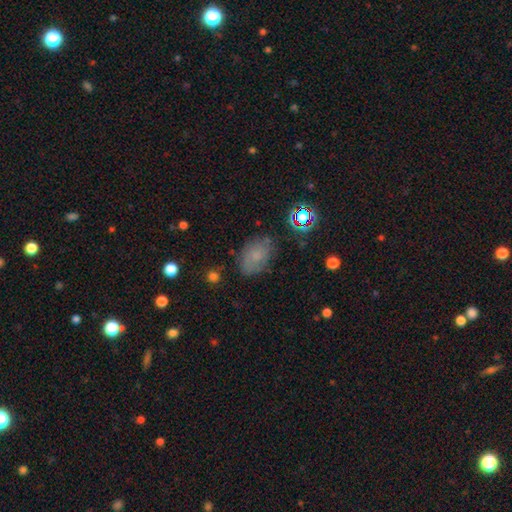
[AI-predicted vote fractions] This appears to be a smooth galaxy with no disk features (58%) that is in between round and cigar-shaped (82%). Merging: none (69%).